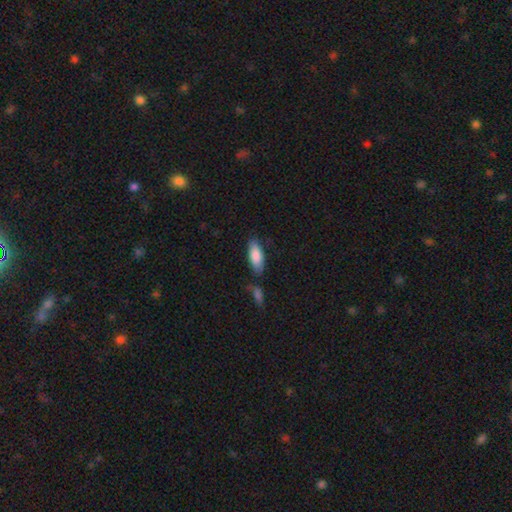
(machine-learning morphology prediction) smooth-or-featured: smooth: 85% | featured or disk: 9% | star or artifact: 6%
  how-rounded: in between: 76% | cigar-shaped: 22% | round: 2%
  merging: none: 70% | minor disturbance: 17% | merger: 9% | major disturbance: 4%